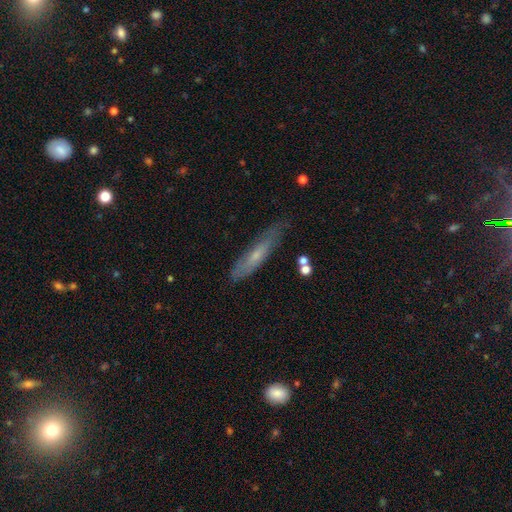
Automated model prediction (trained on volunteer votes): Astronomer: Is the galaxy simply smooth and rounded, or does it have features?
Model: smooth — 49% (runner-up: featured or disk, 44%).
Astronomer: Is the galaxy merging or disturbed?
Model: none — 71%.